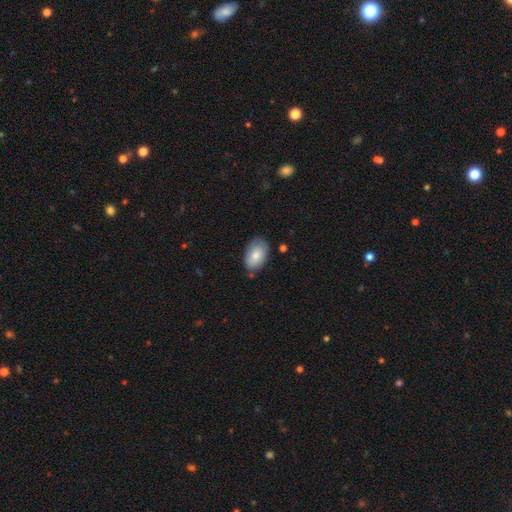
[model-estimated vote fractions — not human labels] This is likely a smooth galaxy (80%). How rounded: clearly in between (91%). Merging: likely none (73%).